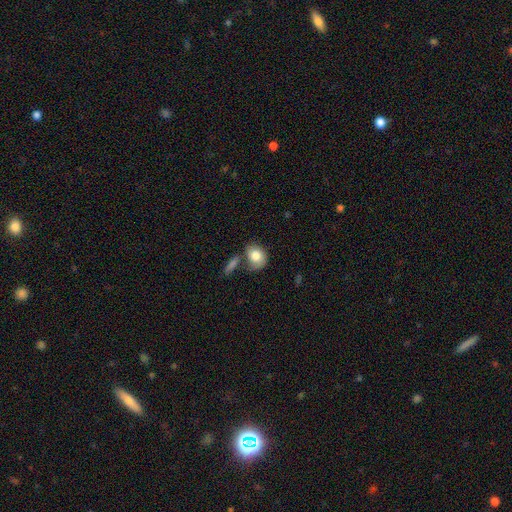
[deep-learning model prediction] A smooth galaxy with no disk features (79%) that is in between round and cigar-shaped (51%).

Vote fractions:
- Smooth or featured? smooth: 79% / featured or disk: 14% / star or artifact: 7%
- How rounded? in between: 51% / round: 47% / cigar-shaped: 2%
- Merging? none: 46% / merger: 26% / minor disturbance: 19% / major disturbance: 9%